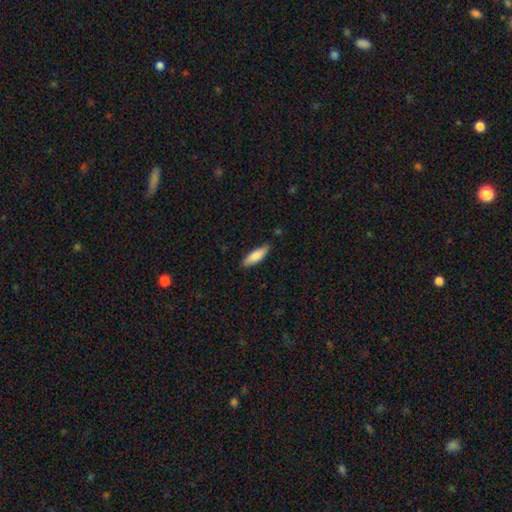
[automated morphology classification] A smooth galaxy with no disk features (81%) that is in between round and cigar-shaped (53%).

Vote fractions:
- Smooth or featured? smooth: 81% / featured or disk: 13% / star or artifact: 6%
- How rounded? in between: 53% / cigar-shaped: 45% / round: 2%
- Merging? none: 83% / minor disturbance: 14% / major disturbance: 2% / merger: 2%